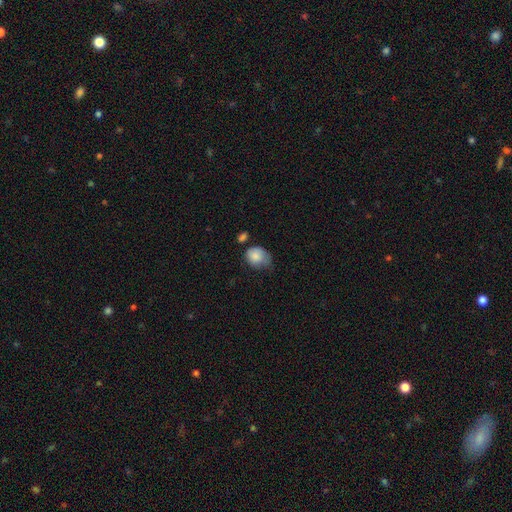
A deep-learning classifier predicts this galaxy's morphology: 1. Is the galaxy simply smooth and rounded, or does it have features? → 83% smooth, 9% featured or disk, 8% star or artifact.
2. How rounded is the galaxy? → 50% round, 49% in between, 1% cigar-shaped.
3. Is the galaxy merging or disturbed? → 42% minor disturbance, 34% none, 18% major disturbance, 6% merger.